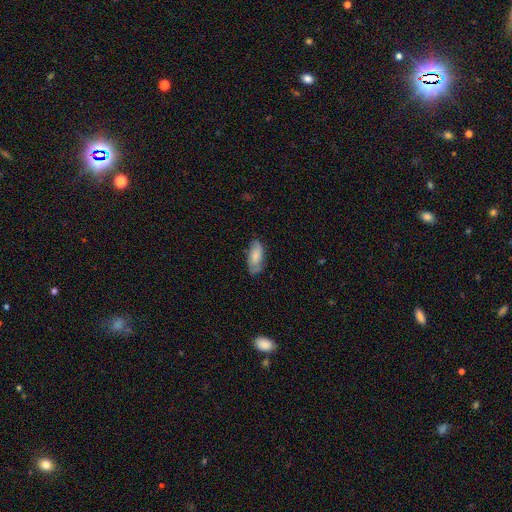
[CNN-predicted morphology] A smooth galaxy with no disk features (68%) that is in between round and cigar-shaped (86%).

Vote fractions:
- Smooth or featured? smooth: 68% / featured or disk: 25% / star or artifact: 7%
- How rounded? in between: 86% / cigar-shaped: 12% / round: 2%
- Merging? none: 71% / minor disturbance: 22% / major disturbance: 5% / merger: 1%